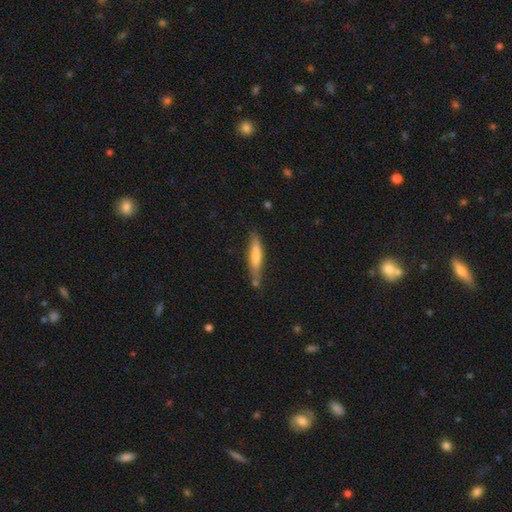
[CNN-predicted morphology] Smooth or featured? smooth (65%)
How rounded? cigar-shaped (87%)
Merging? none (68%)